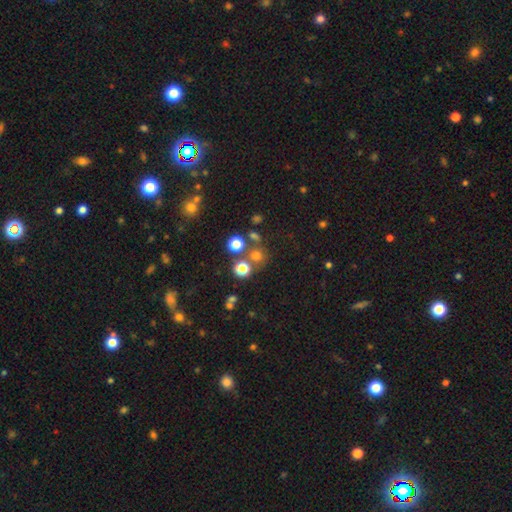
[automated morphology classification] smooth_or_featured: smooth (p=0.64) [alt: star or artifact p=0.26]
how_rounded: round (p=0.88) [alt: in between p=0.11]
merging: none (p=0.67) [alt: merger p=0.20]